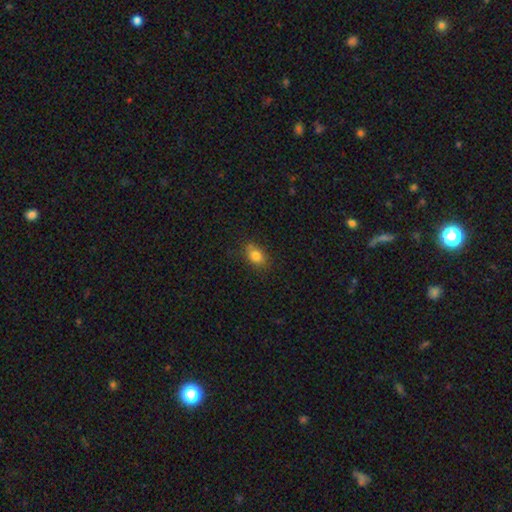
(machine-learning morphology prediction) type=smooth (82%); roundness=in between (76%); merging=none (77%).